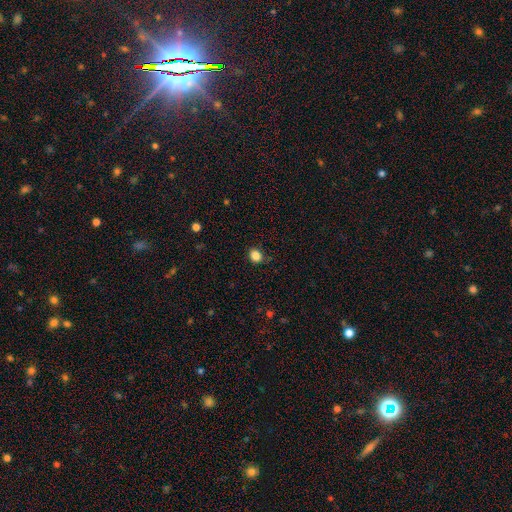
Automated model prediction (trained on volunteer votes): Overall: smooth (86%). How rounded: round (58%; in between 41%). Merging: none (86%).